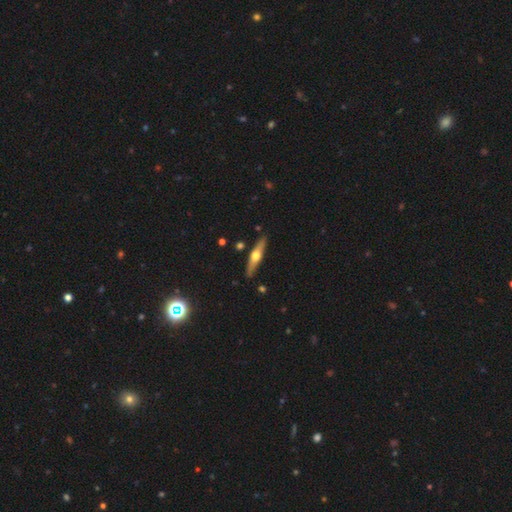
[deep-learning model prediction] The model was most divided on "smooth or featured": featured or disk: 60%, smooth: 34%, star or artifact: 5%. More confident: edge-on disk — yes (94%); edge-on bulge — rounded (94%); merging — none (89%).